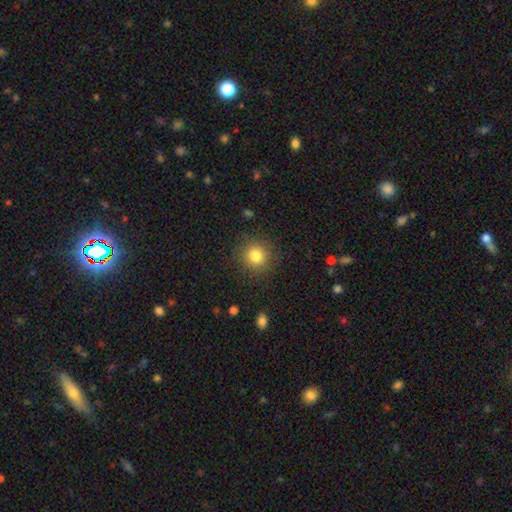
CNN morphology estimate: Smooth or featured?
  - smooth: 83% *
  - star or artifact: 11%
  - featured or disk: 6%
How rounded?
  - round: 92% *
  - in between: 7%
  - cigar-shaped: 1%
Merging?
  - none: 88% *
  - minor disturbance: 7%
  - major disturbance: 3%
  - merger: 1%